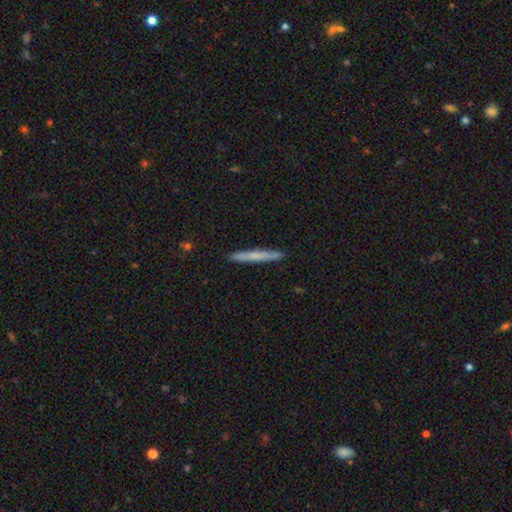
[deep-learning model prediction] Smooth or featured? Predicted: smooth (p=0.59). How rounded? Predicted: cigar-shaped (p=0.96). Merging? Predicted: none (p=0.91).